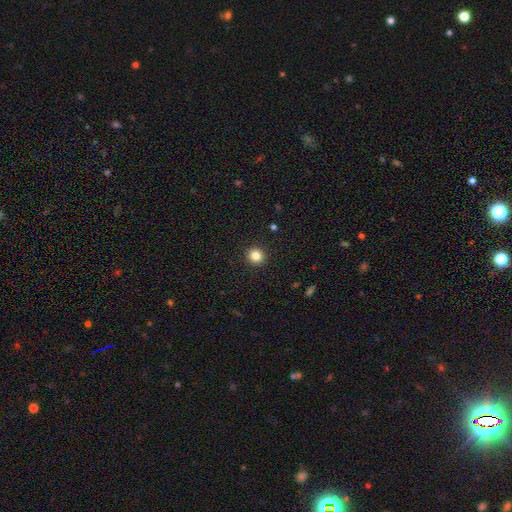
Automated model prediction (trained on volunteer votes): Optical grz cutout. It shows a smooth galaxy with no disk features (84%) that is round (91%). Merging: none (93%).